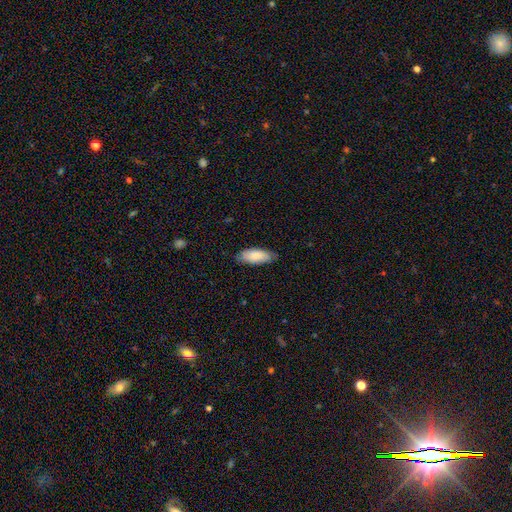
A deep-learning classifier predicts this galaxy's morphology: The model was most divided on "how rounded": in between: 81%, cigar-shaped: 17%, round: 2%. More confident: smooth or featured — smooth (84%); merging — none (80%).